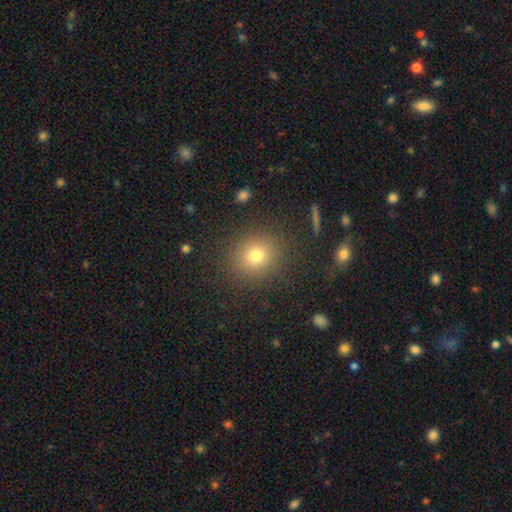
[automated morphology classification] Overall: smooth (75%). How rounded: round (82%). Merging: none (88%).